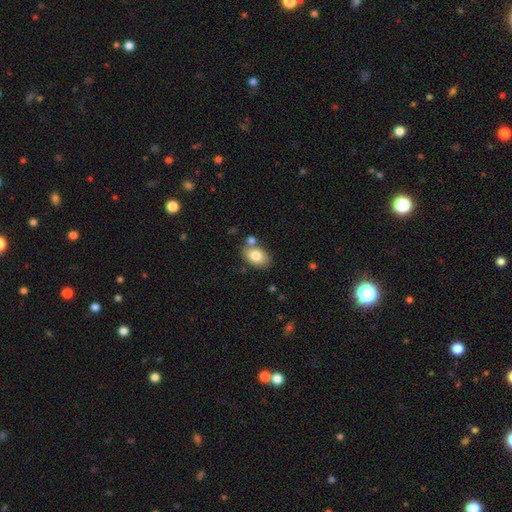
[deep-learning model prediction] Smooth or featured?
  - smooth: 80% *
  - featured or disk: 12%
  - star or artifact: 7%
How rounded?
  - in between: 85% *
  - round: 14%
  - cigar-shaped: 1%
Merging?
  - none: 71% *
  - minor disturbance: 14%
  - merger: 12%
  - major disturbance: 3%